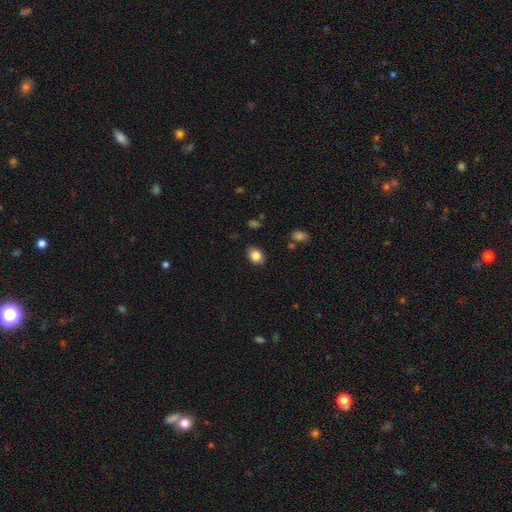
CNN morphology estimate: The model was most divided on "how rounded": in between: 56%, round: 43%, cigar-shaped: 1%. More confident: merging — none (87%); smooth or featured — smooth (85%).